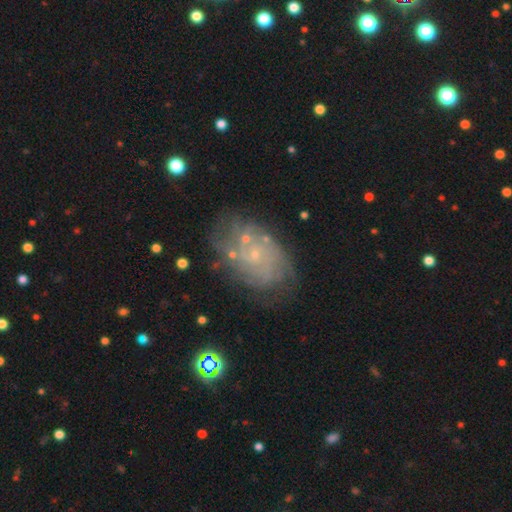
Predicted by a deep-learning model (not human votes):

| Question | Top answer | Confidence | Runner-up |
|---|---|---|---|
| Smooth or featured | featured or disk | 73% | smooth (17%) |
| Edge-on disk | no | 97% | yes (3%) |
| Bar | no | 83% | weak (15%) |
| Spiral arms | yes | 83% | no (17%) |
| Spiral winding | tight | 65% | medium (25%) |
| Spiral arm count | can't tell | 52% | 2 (13%) |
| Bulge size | small | 84% | moderate (8%) |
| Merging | none | 64% | minor disturbance (20%) |